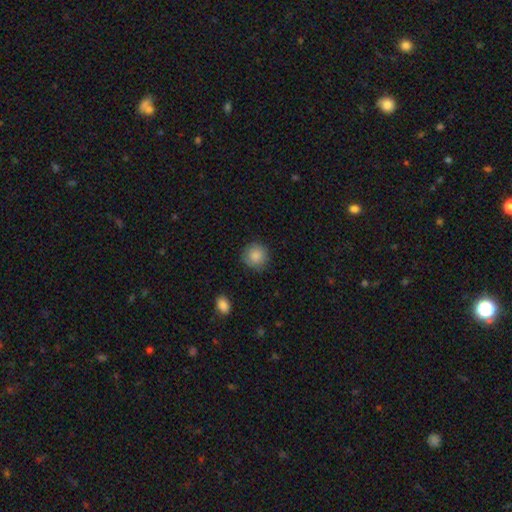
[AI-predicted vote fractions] Smooth or featured? Predicted: smooth (p=0.87). How rounded? Predicted: round (p=0.93). Merging? Predicted: none (p=0.88).